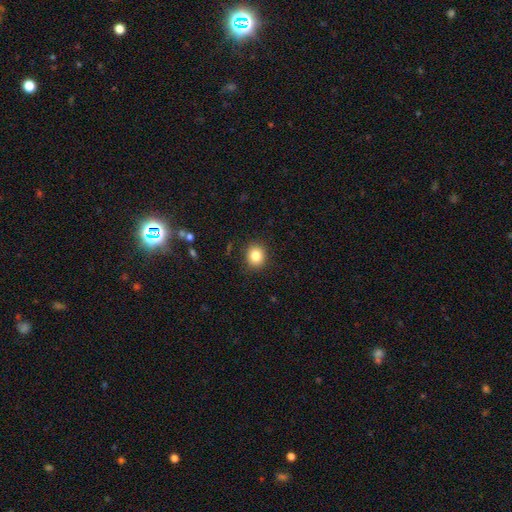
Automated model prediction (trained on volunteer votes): smooth_or_featured: smooth (p=0.83) [alt: star or artifact p=0.10]
how_rounded: round (p=0.78) [alt: in between p=0.21]
merging: none (p=0.89) [alt: minor disturbance p=0.08]